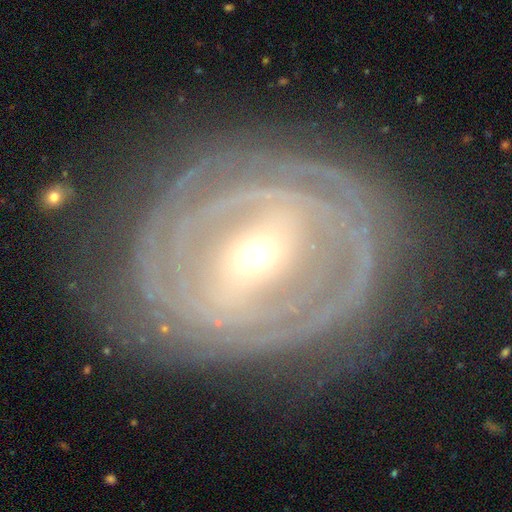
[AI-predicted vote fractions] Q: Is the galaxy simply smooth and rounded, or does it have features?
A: featured or disk — 86%.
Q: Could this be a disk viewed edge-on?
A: no — 95%.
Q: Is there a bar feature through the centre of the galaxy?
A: no — 37%.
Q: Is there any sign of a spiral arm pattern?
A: yes — 87%.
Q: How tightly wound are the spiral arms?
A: tight — 76%.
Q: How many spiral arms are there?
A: can't tell — 33%.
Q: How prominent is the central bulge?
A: small — 61%.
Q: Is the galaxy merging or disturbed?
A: none — 76%.